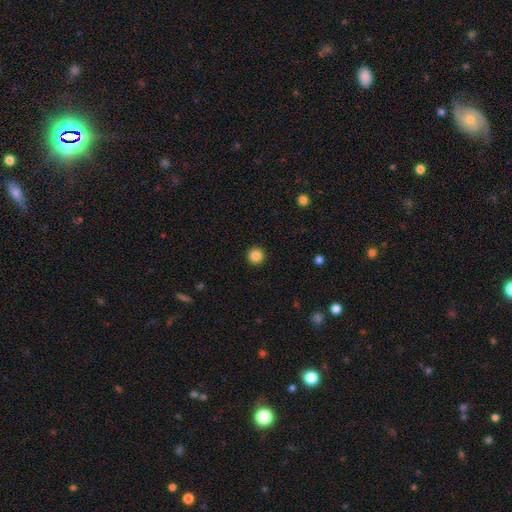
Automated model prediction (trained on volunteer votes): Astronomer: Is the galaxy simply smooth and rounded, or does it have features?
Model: smooth — 85%.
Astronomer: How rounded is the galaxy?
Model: round — 96%.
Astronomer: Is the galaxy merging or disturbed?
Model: none — 94%.